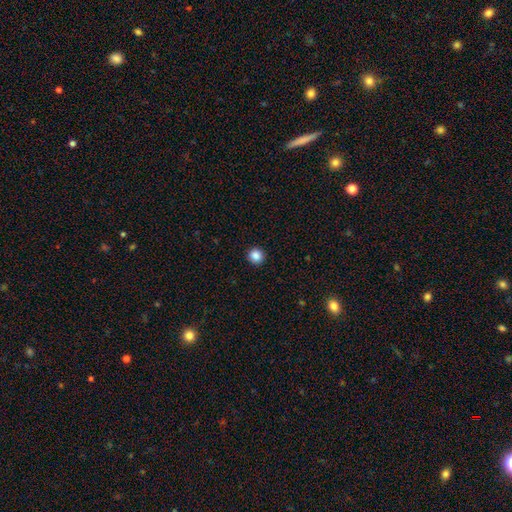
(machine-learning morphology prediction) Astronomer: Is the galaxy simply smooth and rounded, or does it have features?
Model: smooth — 87%.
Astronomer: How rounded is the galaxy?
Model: round — 93%.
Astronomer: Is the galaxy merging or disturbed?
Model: none — 93%.